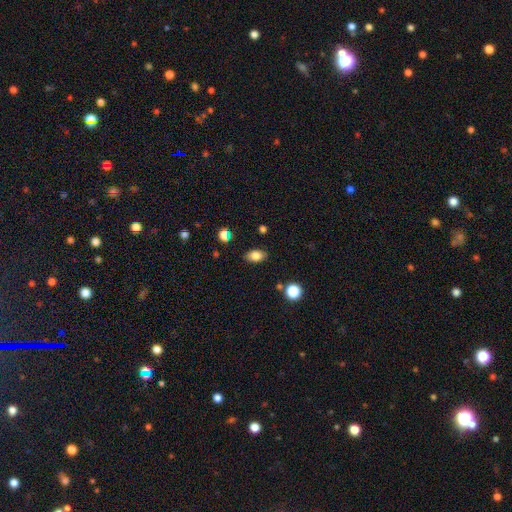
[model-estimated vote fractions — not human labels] smooth 81%, star or artifact 10%, featured or disk 9%. Down the decision tree: how rounded — in between (86%); merging — none (85%).